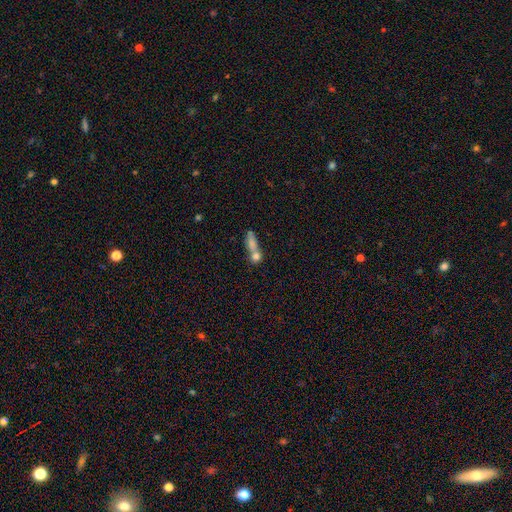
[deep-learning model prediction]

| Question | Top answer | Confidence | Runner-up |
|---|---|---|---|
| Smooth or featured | smooth | 74% | featured or disk (16%) |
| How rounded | in between | 43% | round (34%) |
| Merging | merger | 61% | none (26%) |